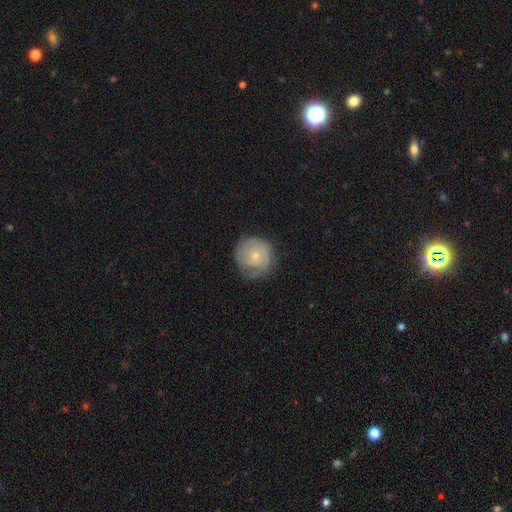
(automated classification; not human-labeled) Morphology: type=featured or disk (57%); edge-on=no (98%); bar=no (83%); spiral arms=yes (81%); bulge=small (72%); merging=none (68%).